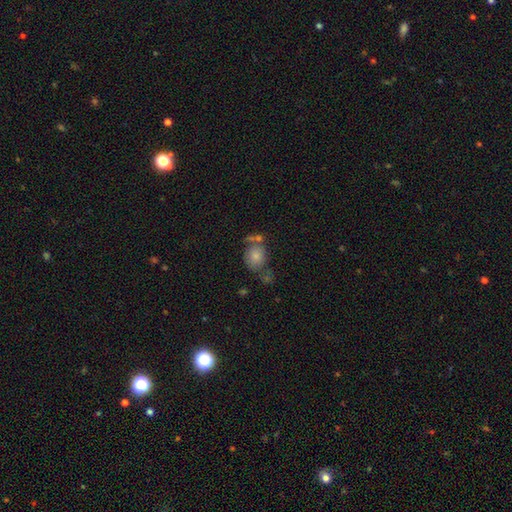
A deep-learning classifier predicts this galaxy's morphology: smooth_or_featured: smooth (p=0.77) [alt: featured or disk p=0.14]
how_rounded: round (p=0.59) [alt: in between p=0.40]
merging: none (p=0.47) [alt: merger p=0.24]